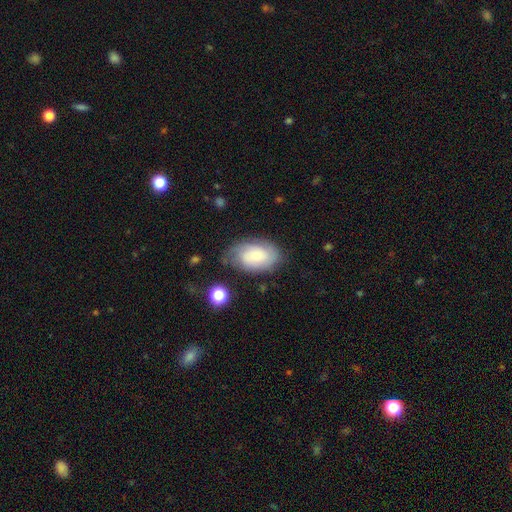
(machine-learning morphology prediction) Overall: smooth (55%; featured or disk 36%). How rounded: in between (89%). Merging: none (64%; minor disturbance 24%).